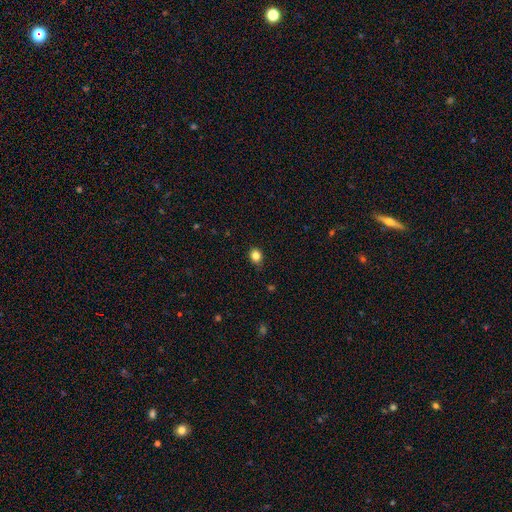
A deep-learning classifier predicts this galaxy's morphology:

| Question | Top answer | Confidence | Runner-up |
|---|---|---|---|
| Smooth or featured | smooth | 84% | star or artifact (11%) |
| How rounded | round | 60% | in between (39%) |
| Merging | none | 82% | minor disturbance (14%) |